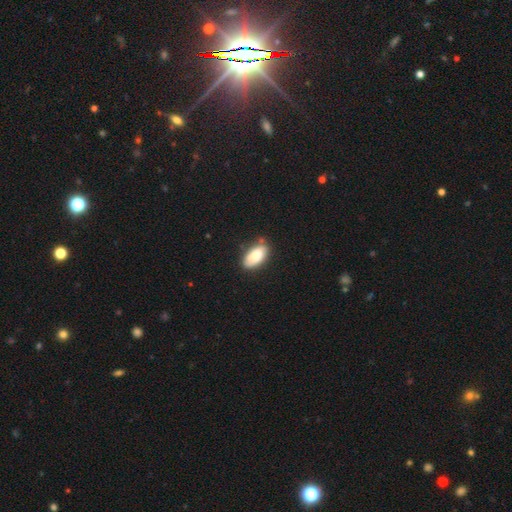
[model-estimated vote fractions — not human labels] Smooth or featured? smooth (80%)
How rounded? in between (94%)
Merging? none (71%)